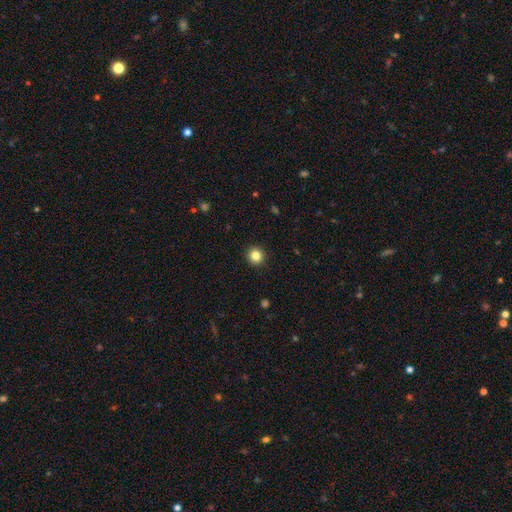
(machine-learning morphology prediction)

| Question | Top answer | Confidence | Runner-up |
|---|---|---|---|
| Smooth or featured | smooth | 84% | star or artifact (11%) |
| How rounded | round | 94% | in between (5%) |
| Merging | none | 93% | minor disturbance (5%) |